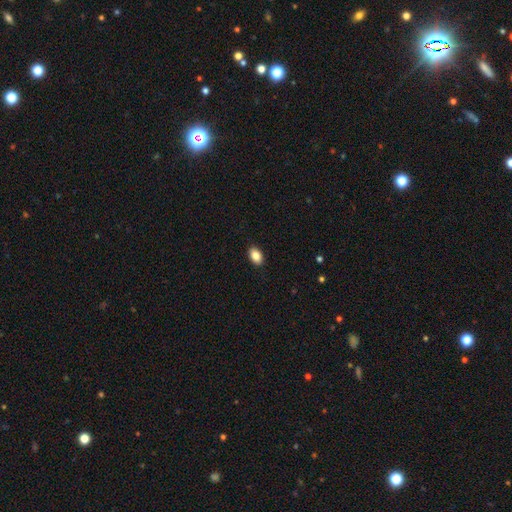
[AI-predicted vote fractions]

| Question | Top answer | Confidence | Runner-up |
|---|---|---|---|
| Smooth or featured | smooth | 86% | star or artifact (8%) |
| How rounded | in between | 88% | round (10%) |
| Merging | none | 90% | minor disturbance (7%) |